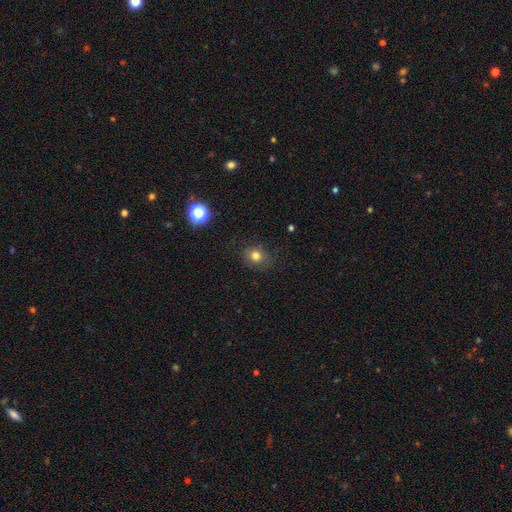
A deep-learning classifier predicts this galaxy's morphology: This appears to be a smooth galaxy with no disk features (78%) that is round (64%). Merging: none (80%).